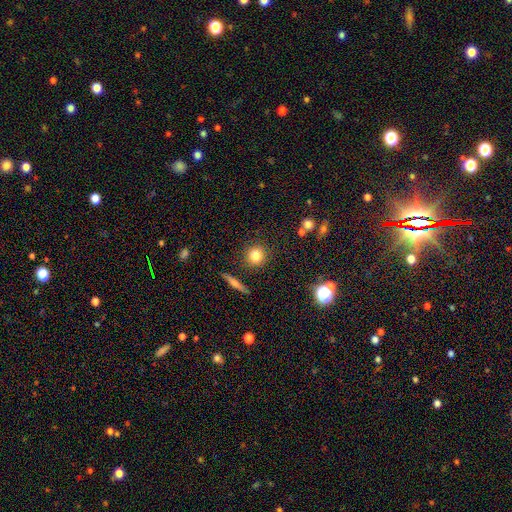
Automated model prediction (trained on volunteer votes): Smooth or featured: smooth — 80% (star or artifact — 11%)
How rounded: round — 90% (in between — 8%)
Merging: none — 88% (minor disturbance — 7%)